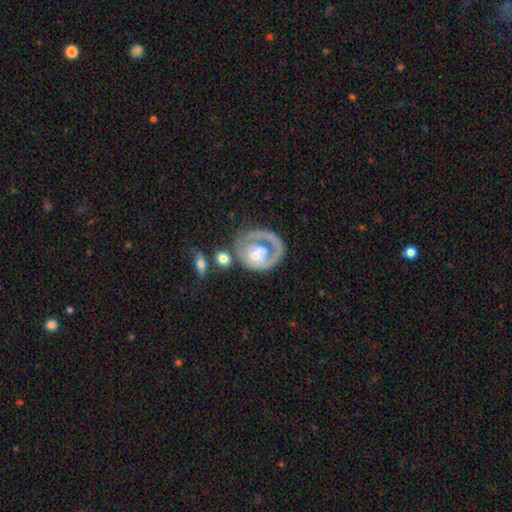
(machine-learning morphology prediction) Smooth or featured? featured or disk (71%)
Edge-on disk? no (97%)
Bar? no (74%)
Spiral arms? yes (56%)
Bulge size? moderate (43%)
Merging? none (36%)